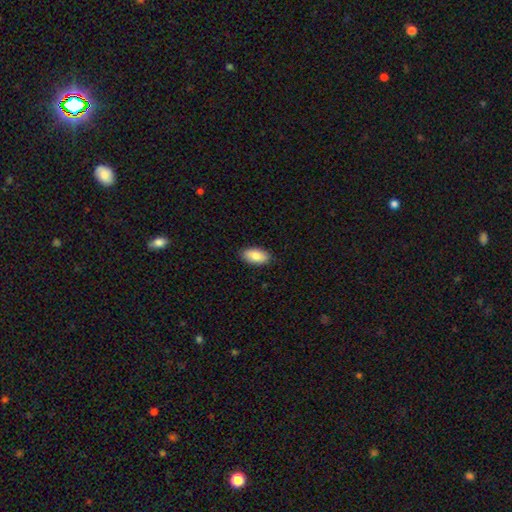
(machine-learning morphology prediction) smooth_or_featured: smooth (p=0.83) [alt: featured or disk p=0.11]
how_rounded: in between (p=0.93) [alt: cigar-shaped p=0.04]
merging: none (p=0.88) [alt: minor disturbance p=0.09]